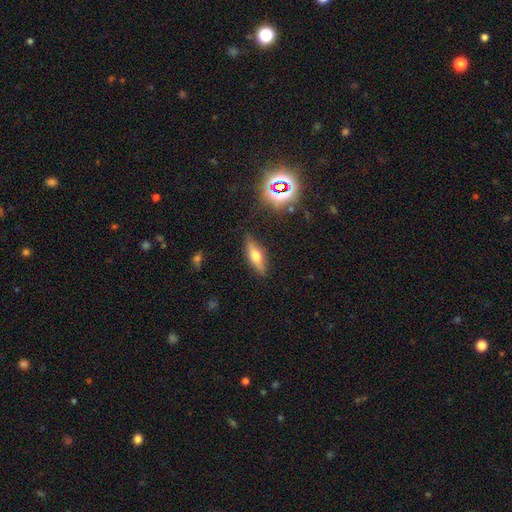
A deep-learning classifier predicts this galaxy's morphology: A smooth galaxy with no disk features (51%) that is cigar-shaped (49%).

Vote fractions:
- Smooth or featured? smooth: 51% / featured or disk: 38% / star or artifact: 11%
- How rounded? cigar-shaped: 49% / in between: 47% / round: 4%
- Merging? none: 84% / minor disturbance: 11% / major disturbance: 3% / merger: 2%